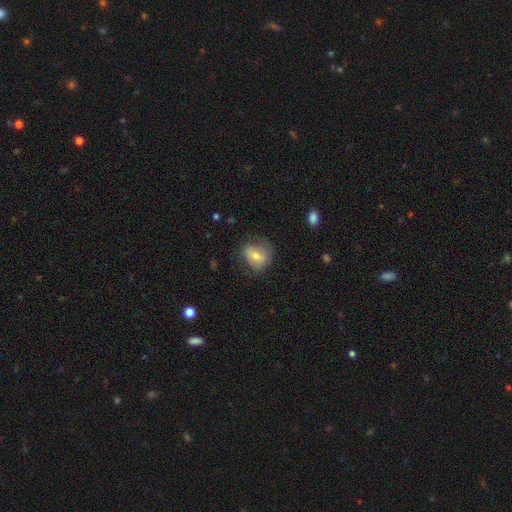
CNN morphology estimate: Smooth or featured? smooth (61%)
How rounded? round (52%)
Merging? none (61%)